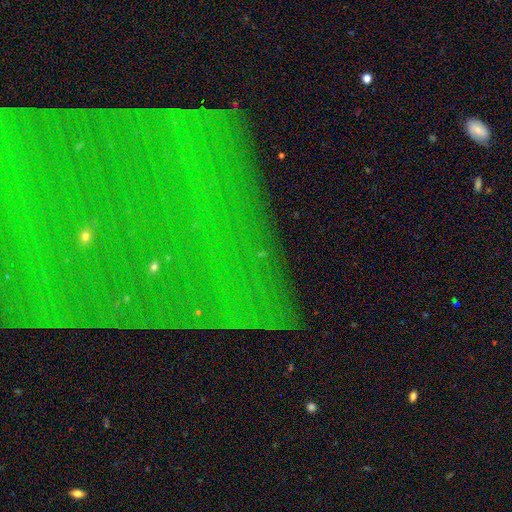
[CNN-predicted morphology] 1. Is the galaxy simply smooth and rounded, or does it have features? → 79% star or artifact, 11% featured or disk, 9% smooth.